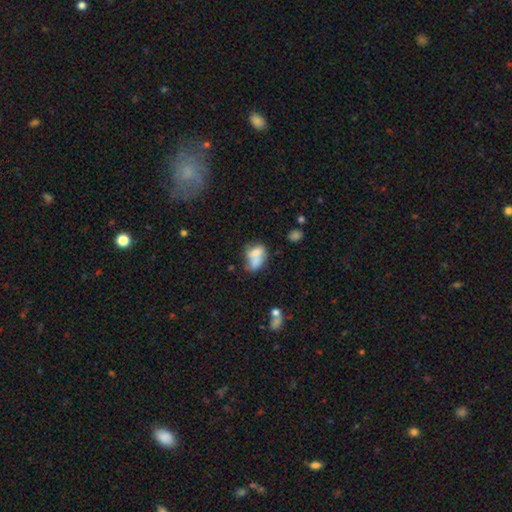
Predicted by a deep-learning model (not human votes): This appears to be a smooth galaxy with no disk features (63%) that is in between round and cigar-shaped (76%). Merging: merger (42%).